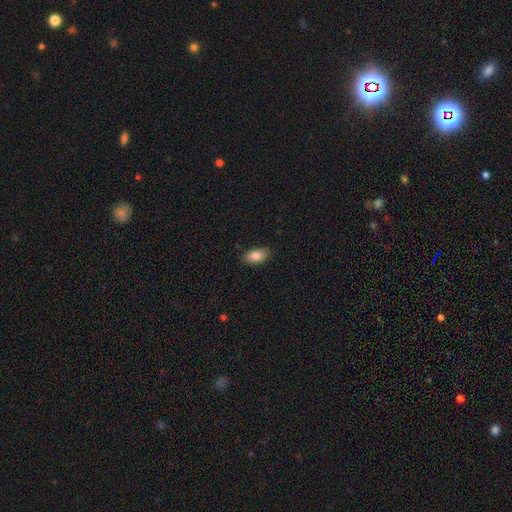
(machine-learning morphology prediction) Q: Smooth or featured?
A: smooth (83%); runner-up: featured or disk (10%)
Q: How rounded?
A: in between (91%); runner-up: round (6%)
Q: Merging?
A: none (86%); runner-up: minor disturbance (11%)